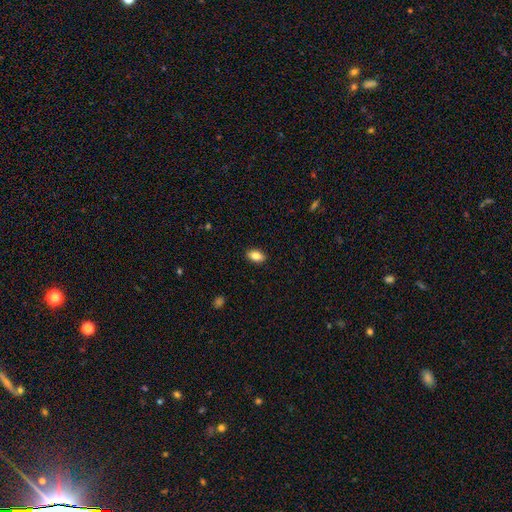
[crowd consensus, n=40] Smooth or featured?
  - smooth: 80% *
  - star or artifact: 12%
  - featured or disk: 8%
How rounded?
  - in between: 94% *
  - round: 3%
  - cigar-shaped: 3%
Merging?
  - none: 89% *
  - minor disturbance: 9%
  - major disturbance: 3%
  - merger: 0%